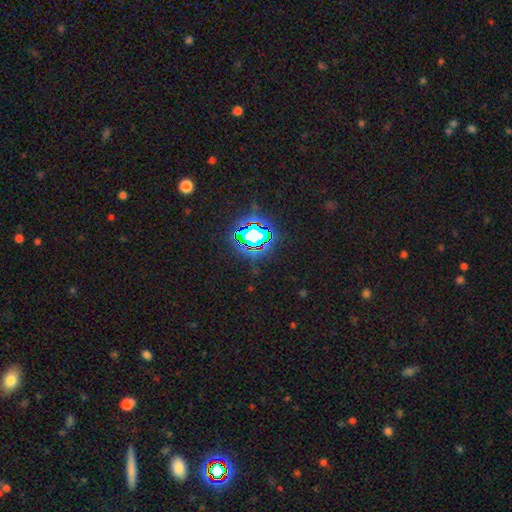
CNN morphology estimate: smooth-or-featured: star or artifact: 81% | smooth: 12% | featured or disk: 7%